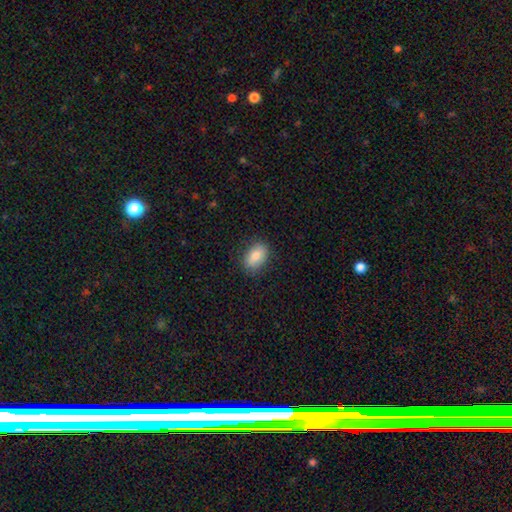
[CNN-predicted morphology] Smooth or featured? smooth (82%)
How rounded? in between (85%)
Merging? none (85%)